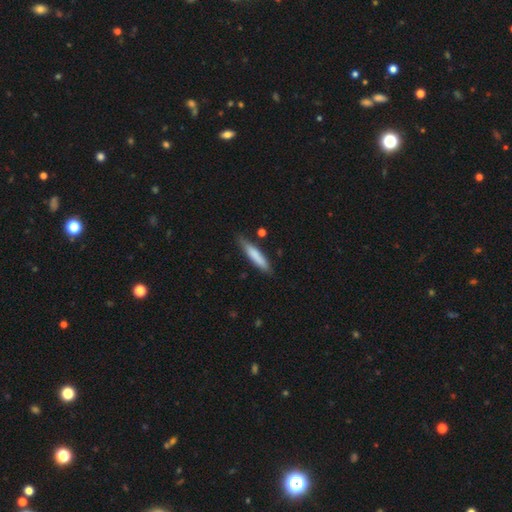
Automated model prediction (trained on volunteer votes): Smooth or featured?
  - smooth: 77% *
  - featured or disk: 17%
  - star or artifact: 6%
How rounded?
  - cigar-shaped: 87% *
  - in between: 12%
  - round: 1%
Merging?
  - none: 79% *
  - minor disturbance: 16%
  - major disturbance: 3%
  - merger: 2%